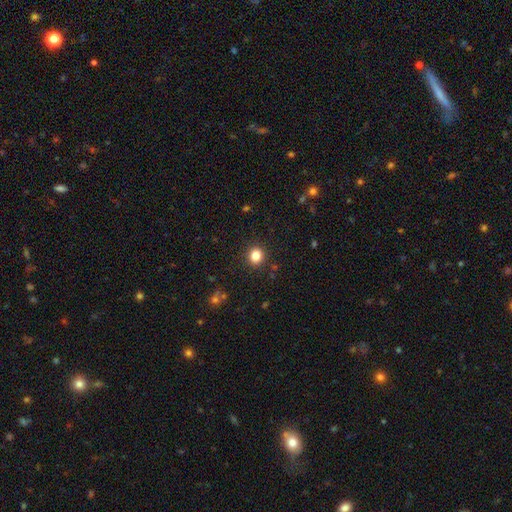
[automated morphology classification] This appears to be a smooth galaxy with no disk features (83%) that is round (85%). Merging: none (90%).